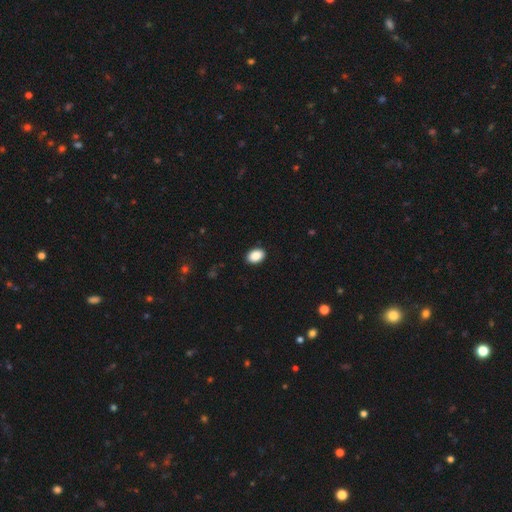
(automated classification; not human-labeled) A smooth galaxy with no disk features (89%) that is in between round and cigar-shaped (81%). Merging: none (90%).